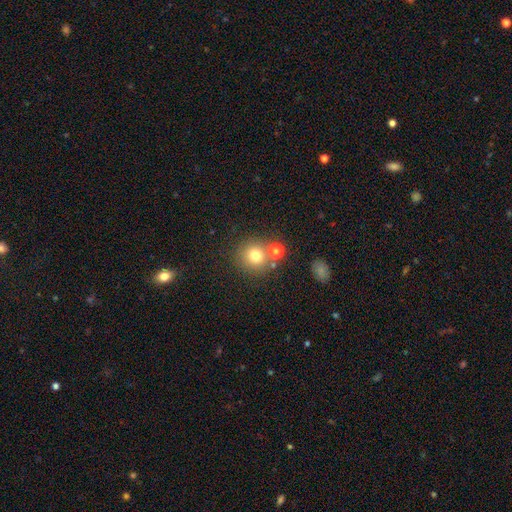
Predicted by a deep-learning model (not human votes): Overall: smooth (76%). How rounded: round (90%). Merging: none (69%).